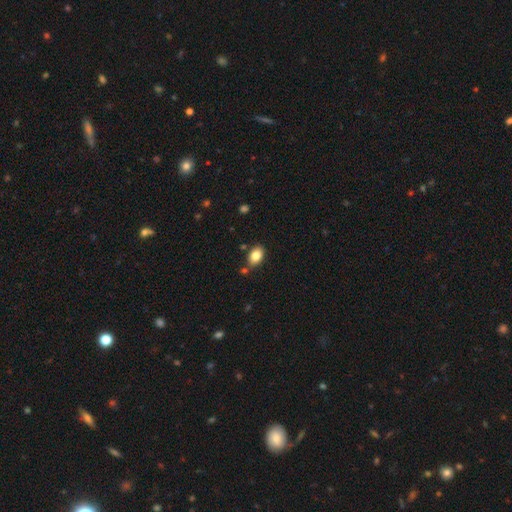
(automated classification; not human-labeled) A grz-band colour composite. It shows a smooth galaxy with no disk features (82%) that is in between round and cigar-shaped (86%). Merging: none (78%).